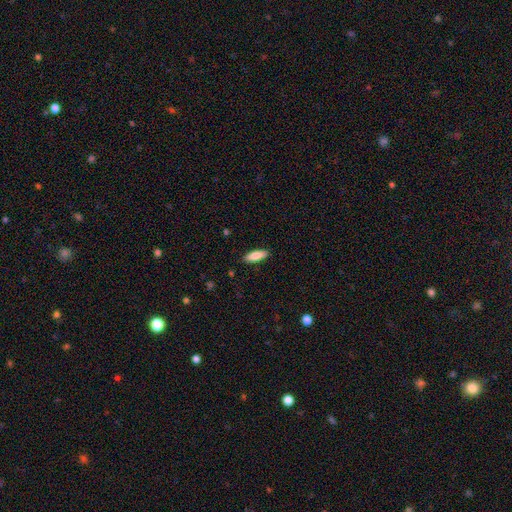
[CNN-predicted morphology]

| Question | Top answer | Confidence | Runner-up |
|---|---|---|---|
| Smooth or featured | smooth | 86% | featured or disk (8%) |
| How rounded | in between | 58% | cigar-shaped (40%) |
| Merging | none | 88% | minor disturbance (9%) |